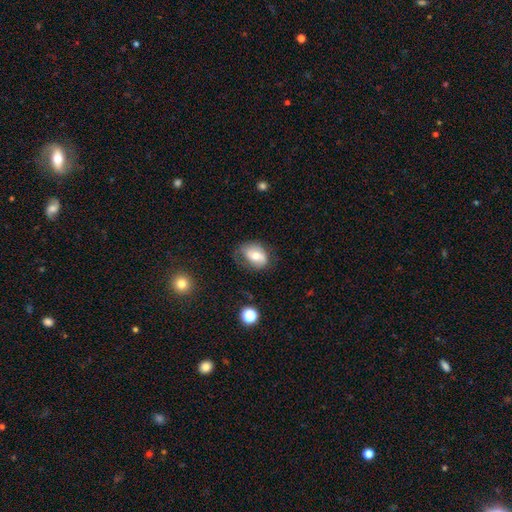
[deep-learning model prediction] The model was most divided on "merging": none: 52%, minor disturbance: 31%, major disturbance: 14%, merger: 2%. More confident: how rounded — in between (77%); smooth or featured — smooth (59%).